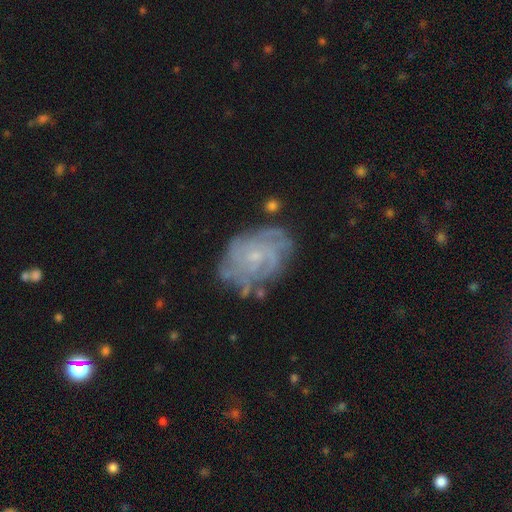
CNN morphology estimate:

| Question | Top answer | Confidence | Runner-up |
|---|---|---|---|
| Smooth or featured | featured or disk | 80% | smooth (12%) |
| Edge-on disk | no | 97% | yes (3%) |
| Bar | no | 74% | weak (22%) |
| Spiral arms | yes | 91% | no (9%) |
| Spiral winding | tight | 65% | medium (27%) |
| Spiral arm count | can't tell | 43% | 4 (19%) |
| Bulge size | small | 76% | moderate (18%) |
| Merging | none | 71% | minor disturbance (19%) |